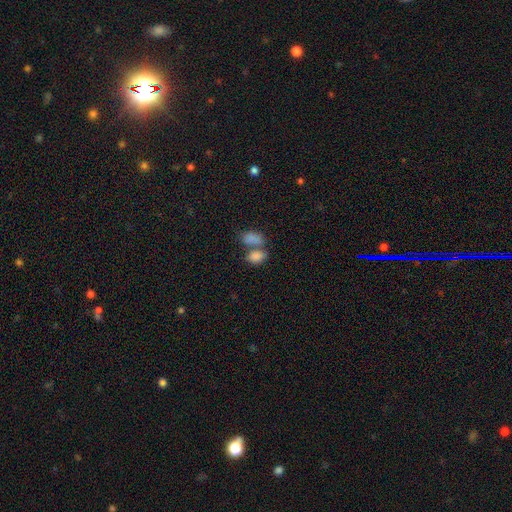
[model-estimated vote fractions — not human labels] This appears to be a smooth galaxy with no disk features (83%) that is in between round and cigar-shaped (87%). Merging: merger (56%).